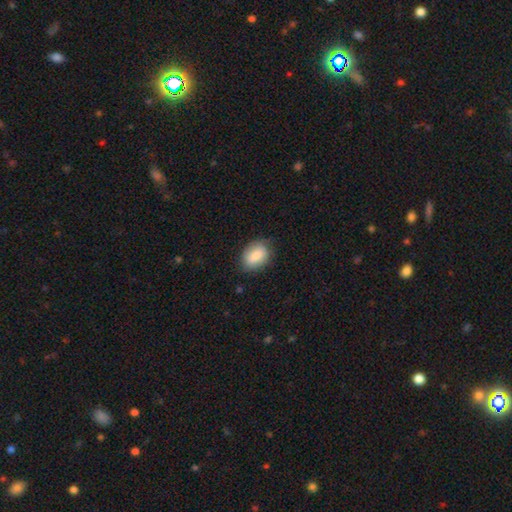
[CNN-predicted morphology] This is clearly a smooth galaxy (80%). How rounded: likely in between (77%). Merging: likely none (76%).